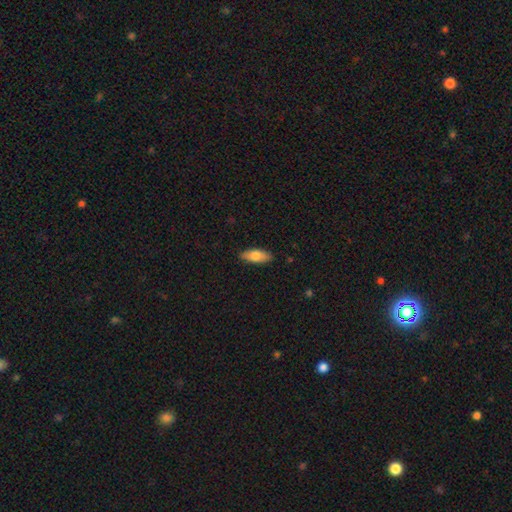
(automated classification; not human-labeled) Smooth or featured?
  - smooth: 73% *
  - featured or disk: 21%
  - star or artifact: 6%
How rounded?
  - in between: 77% *
  - cigar-shaped: 21%
  - round: 3%
Merging?
  - none: 87% *
  - minor disturbance: 10%
  - major disturbance: 2%
  - merger: 1%